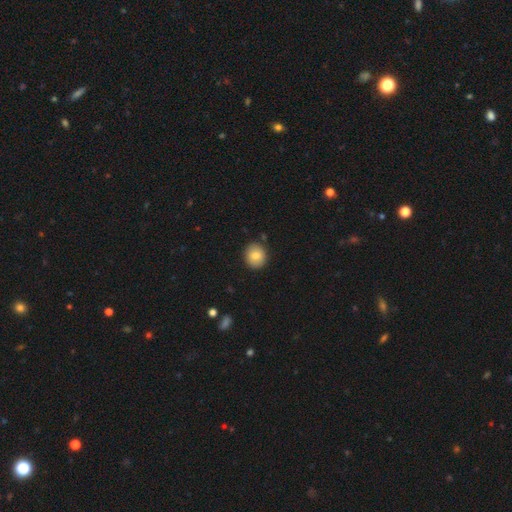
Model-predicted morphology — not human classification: Smooth or featured? smooth (80%)
How rounded? round (81%)
Merging? none (87%)